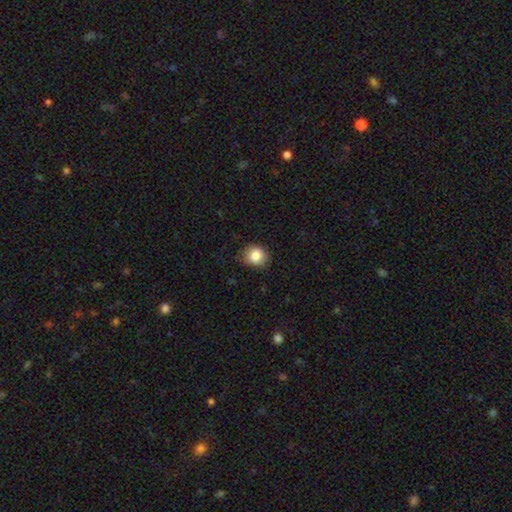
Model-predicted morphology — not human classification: Smooth or featured: smooth — 86% (star or artifact — 9%)
How rounded: round — 77% (in between — 22%)
Merging: none — 78% (minor disturbance — 18%)